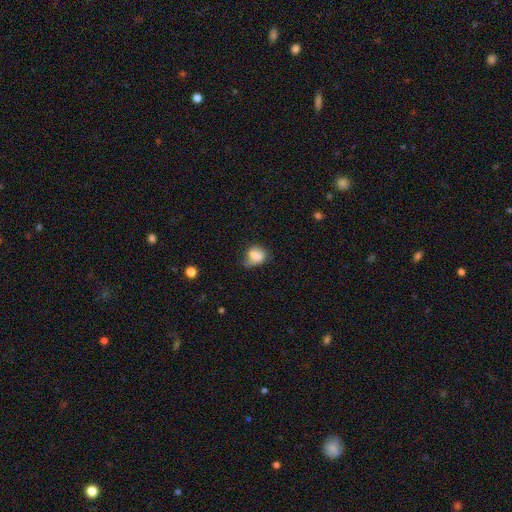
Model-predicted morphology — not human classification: smooth_or_featured: smooth (p=0.72) [alt: featured or disk p=0.18]
how_rounded: in between (p=0.55) [alt: round p=0.44]
merging: minor disturbance (p=0.33) [alt: none p=0.31]